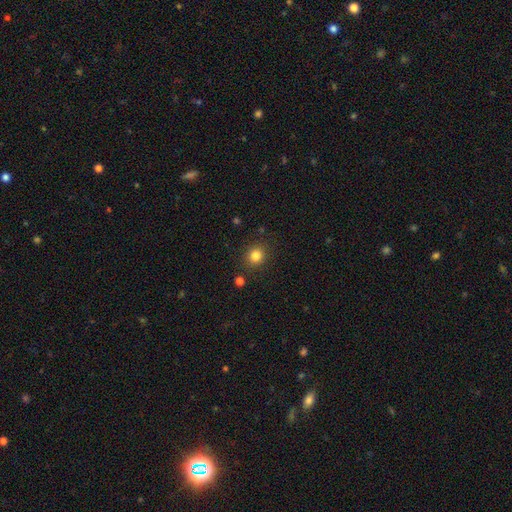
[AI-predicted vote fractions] A smooth galaxy with no disk features (83%) that is round (85%). Merging: none (87%).